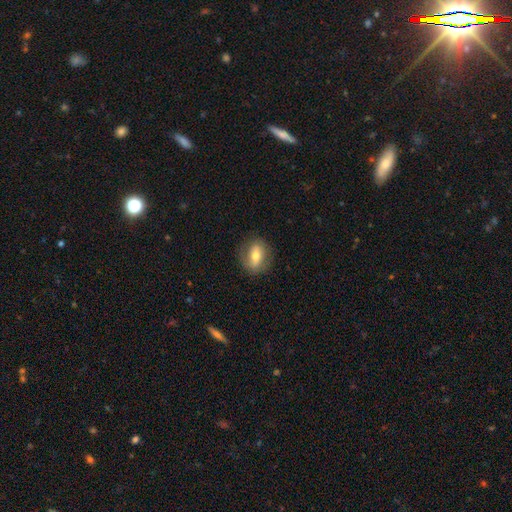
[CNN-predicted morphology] smooth 56%, featured or disk 36%, star or artifact 8%. Down the decision tree: how rounded — in between (63%); merging — none (80%).